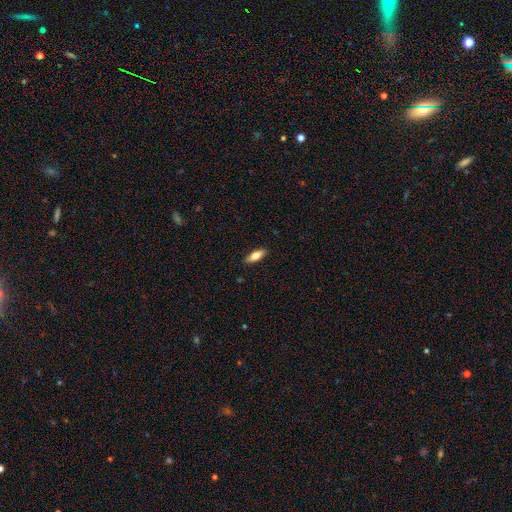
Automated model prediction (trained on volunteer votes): A smooth galaxy with no disk features (73%) that is in between round and cigar-shaped (70%). Merging: none (89%).